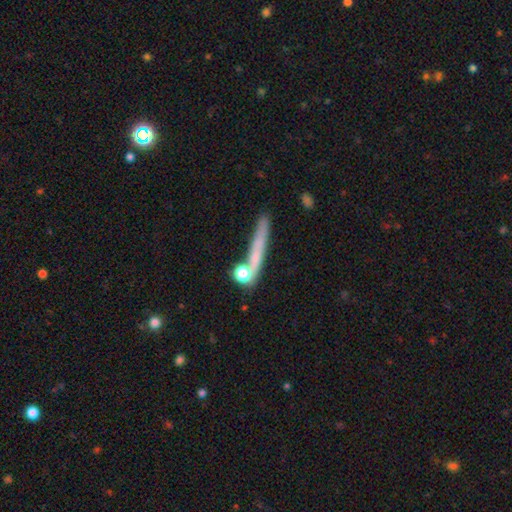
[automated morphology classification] Smooth or featured? Predicted: smooth (p=0.58). How rounded? Predicted: cigar-shaped (p=0.81). Merging? Predicted: none (p=0.71).